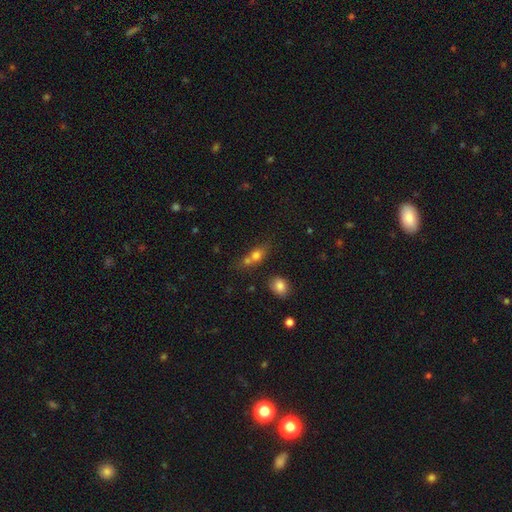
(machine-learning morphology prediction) Smooth or featured?
  - smooth: 73% *
  - featured or disk: 15%
  - star or artifact: 12%
How rounded?
  - in between: 57% *
  - round: 34%
  - cigar-shaped: 9%
Merging?
  - merger: 46% *
  - none: 36%
  - minor disturbance: 12%
  - major disturbance: 6%